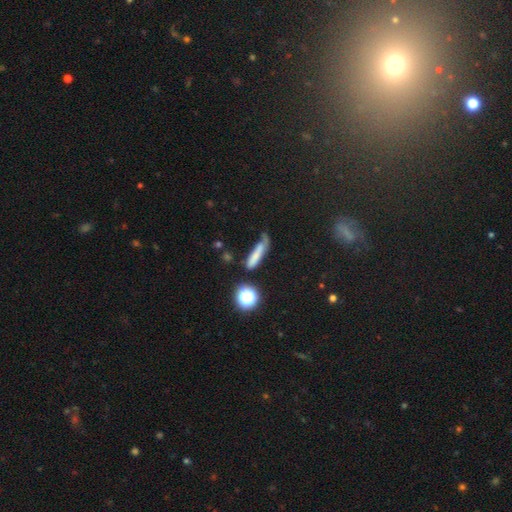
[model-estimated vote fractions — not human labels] Smooth or featured?
  - smooth: 67% *
  - featured or disk: 18%
  - star or artifact: 15%
How rounded?
  - cigar-shaped: 71% *
  - in between: 19%
  - round: 10%
Merging?
  - none: 45% *
  - minor disturbance: 27%
  - major disturbance: 19%
  - merger: 8%